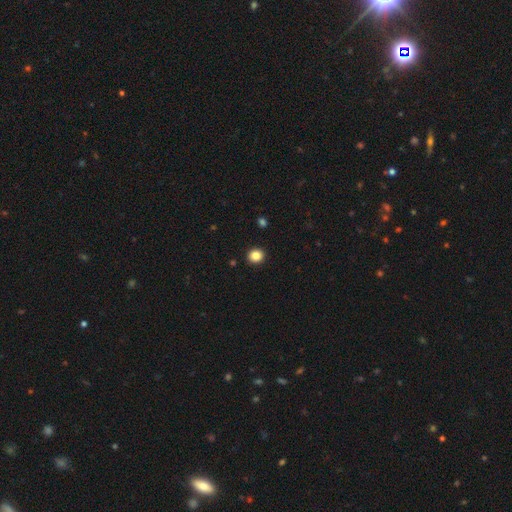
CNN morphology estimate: A smooth galaxy with no disk features (85%) that is round (80%). Merging: none (92%).